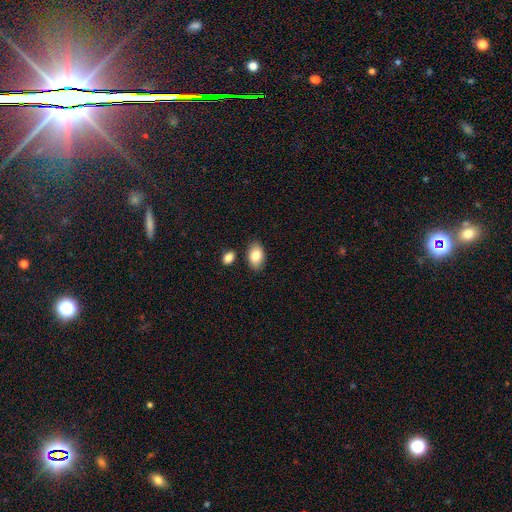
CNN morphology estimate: type=smooth (83%); roundness=in between (92%); merging=none (82%).